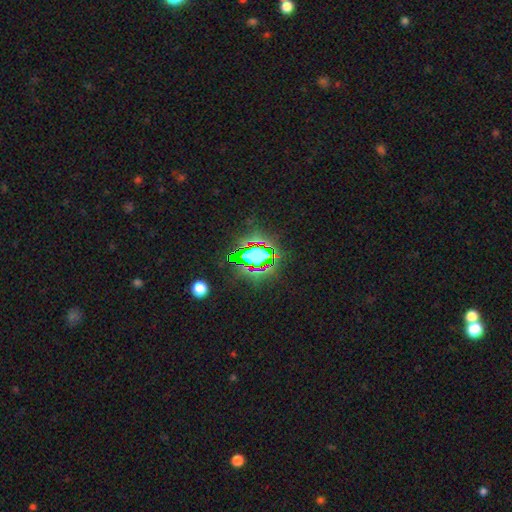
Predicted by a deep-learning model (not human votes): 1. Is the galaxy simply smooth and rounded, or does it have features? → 65% star or artifact, 21% smooth, 14% featured or disk.